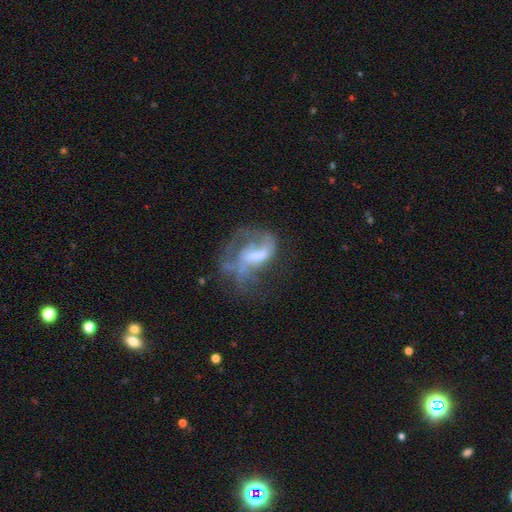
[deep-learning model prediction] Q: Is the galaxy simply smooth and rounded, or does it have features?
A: featured or disk — 69%.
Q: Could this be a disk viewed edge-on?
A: no — 96%.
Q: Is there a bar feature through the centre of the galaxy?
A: weak — 41%.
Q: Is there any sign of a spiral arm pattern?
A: yes — 60%.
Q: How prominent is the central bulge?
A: moderate — 35%.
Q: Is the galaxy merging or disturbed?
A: major disturbance — 44%.